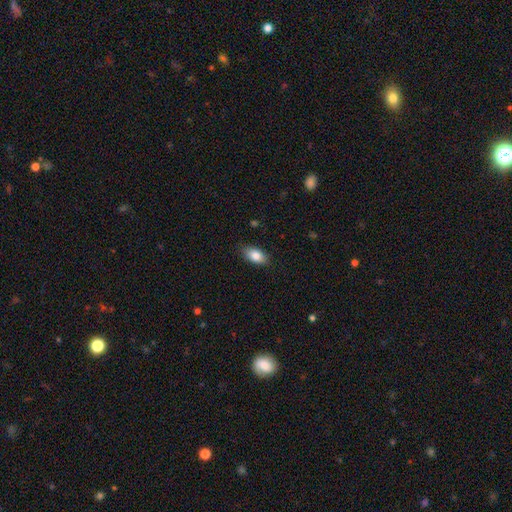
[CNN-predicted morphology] smooth 83%, featured or disk 9%, star or artifact 7%. Down the decision tree: how rounded — in between (91%); merging — none (85%).